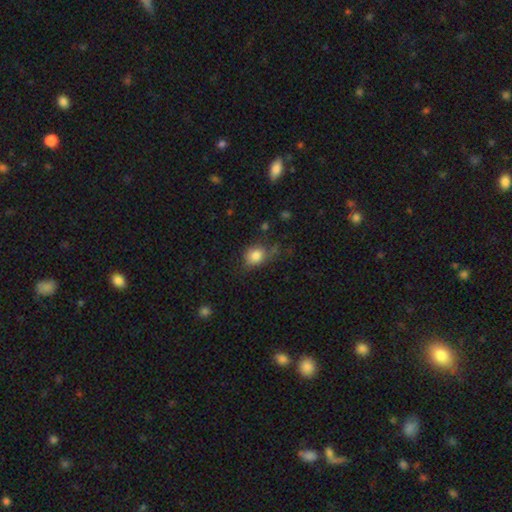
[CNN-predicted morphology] smooth-or-featured: smooth: 82% | star or artifact: 10% | featured or disk: 8%
  how-rounded: round: 50% | in between: 49% | cigar-shaped: 1%
  merging: none: 59% | minor disturbance: 29% | major disturbance: 10% | merger: 3%